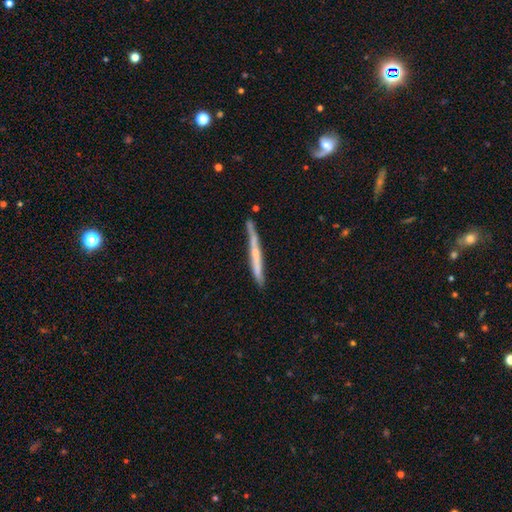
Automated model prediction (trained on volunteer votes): smooth-or-featured: featured or disk: 65% | smooth: 29% | star or artifact: 6%
  disk-edge-on: yes: 94% | no: 6%
    edge-on-bulge: none: 51% | rounded: 44% | boxy: 5%
  merging: none: 77% | minor disturbance: 17% | merger: 3% | major disturbance: 3%